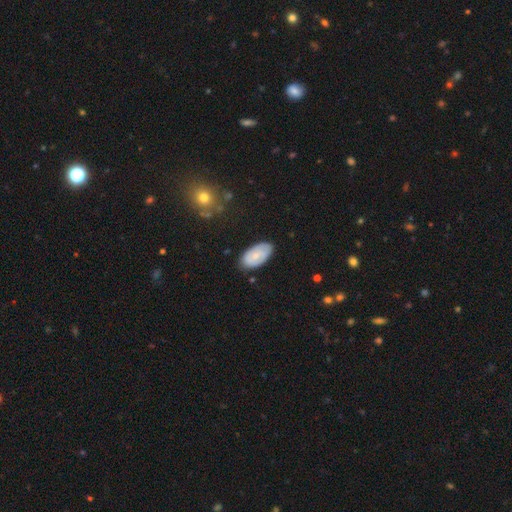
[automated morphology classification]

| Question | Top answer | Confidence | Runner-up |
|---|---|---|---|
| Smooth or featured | smooth | 57% | featured or disk (36%) |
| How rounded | in between | 94% | round (4%) |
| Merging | none | 79% | minor disturbance (16%) |